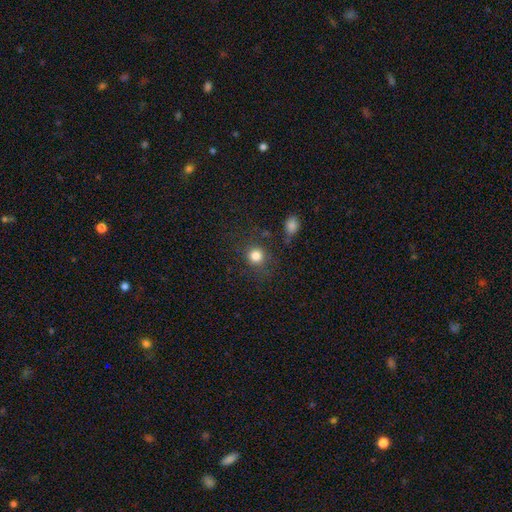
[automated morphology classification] Smooth or featured?
  - smooth: 82% *
  - star or artifact: 12%
  - featured or disk: 6%
How rounded?
  - round: 89% *
  - in between: 10%
  - cigar-shaped: 1%
Merging?
  - none: 79% *
  - minor disturbance: 11%
  - major disturbance: 6%
  - merger: 4%